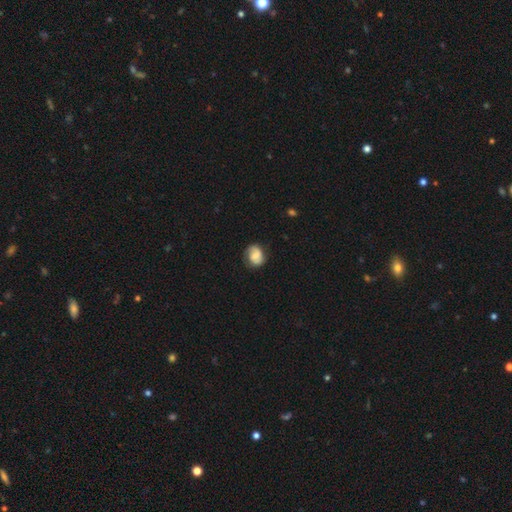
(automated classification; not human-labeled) Smooth or featured? smooth (59%)
How rounded? round (56%)
Merging? none (66%)